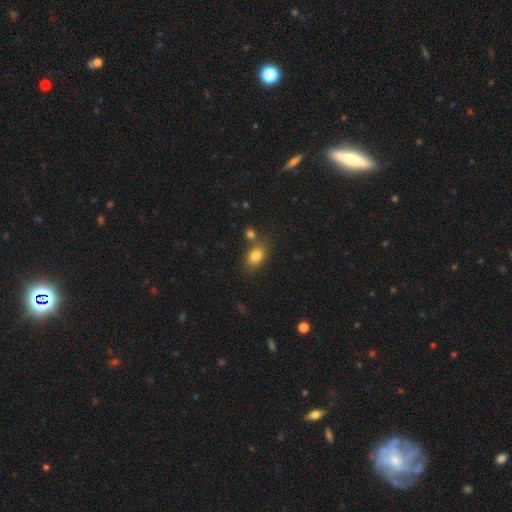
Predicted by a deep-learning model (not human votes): smooth_or_featured: smooth (p=0.82) [alt: star or artifact p=0.09]
how_rounded: in between (p=0.81) [alt: round p=0.17]
merging: none (p=0.68) [alt: merger p=0.15]